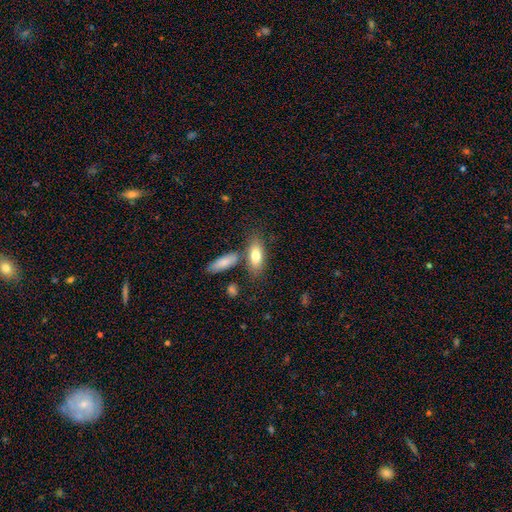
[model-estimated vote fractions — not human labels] The model was most divided on "merging": none: 66%, merger: 17%, minor disturbance: 13%, major disturbance: 4%. More confident: how rounded — in between (78%); smooth or featured — smooth (76%).